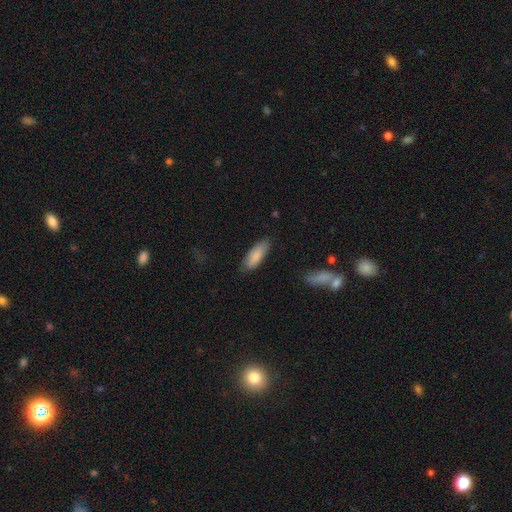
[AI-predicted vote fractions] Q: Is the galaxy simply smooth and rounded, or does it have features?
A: smooth — 85%.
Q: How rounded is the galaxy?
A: in between — 65%.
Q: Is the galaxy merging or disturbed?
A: none — 77%.